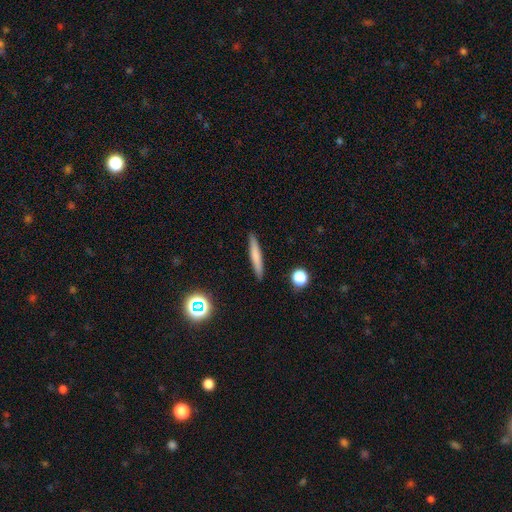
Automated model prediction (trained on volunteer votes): This is likely a smooth galaxy (69%). How rounded: clearly cigar-shaped (93%). Merging: clearly none (90%).